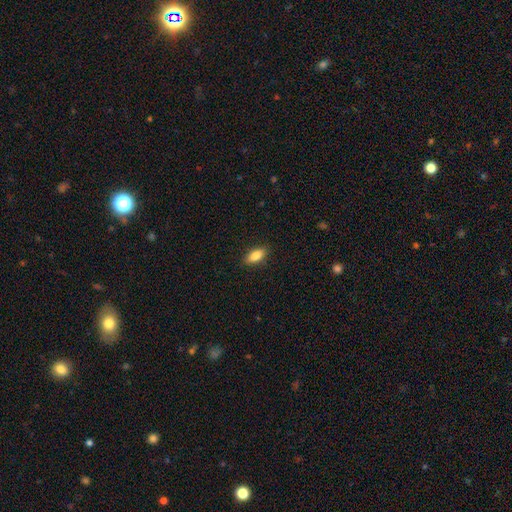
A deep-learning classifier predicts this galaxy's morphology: Q: Smooth or featured?
A: smooth (85%); runner-up: featured or disk (9%)
Q: How rounded?
A: in between (83%); runner-up: cigar-shaped (14%)
Q: Merging?
A: none (88%); runner-up: minor disturbance (9%)